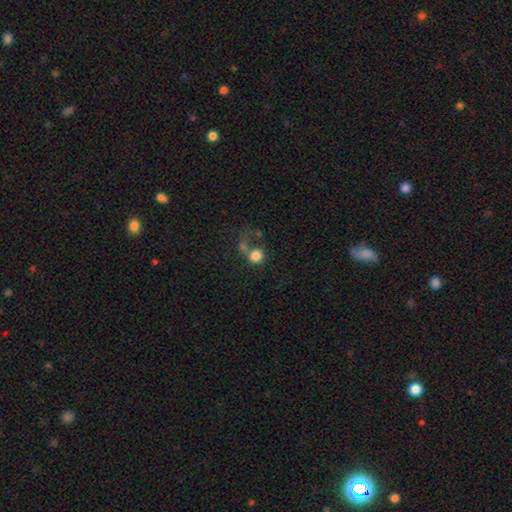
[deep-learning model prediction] Overall: smooth (78%). How rounded: round (85%). Merging: none (39%; merger 34%).